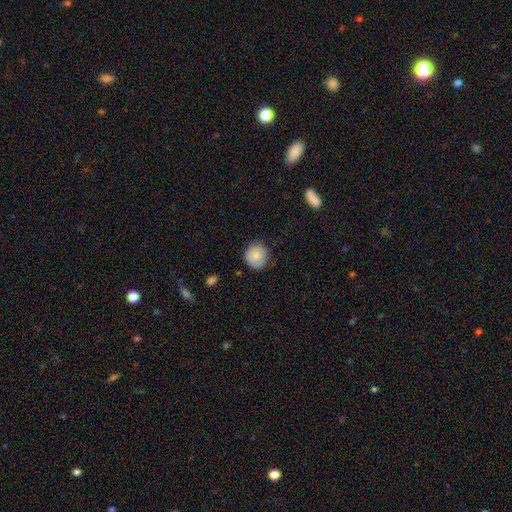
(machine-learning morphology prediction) Q: Smooth or featured?
A: smooth (85%); runner-up: star or artifact (8%)
Q: How rounded?
A: round (87%); runner-up: in between (12%)
Q: Merging?
A: none (82%); runner-up: minor disturbance (14%)